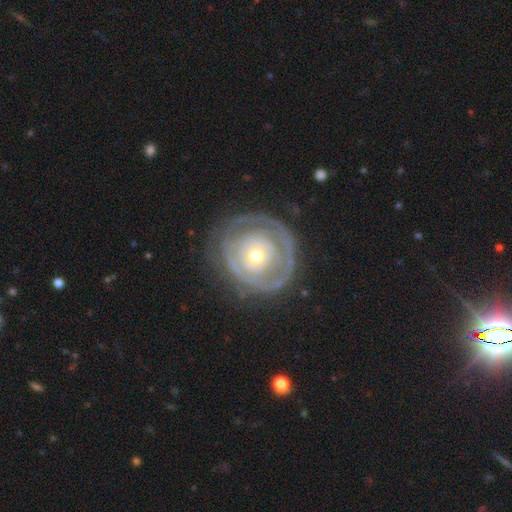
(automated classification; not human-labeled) This is likely a featured or disk galaxy (73%). It is clearly not viewed edge-on (96%). Bar: clearly no (87%). Spiral arm pattern: possibly yes (54%). Central bulge: possibly small (48%). Merging: likely none (71%).